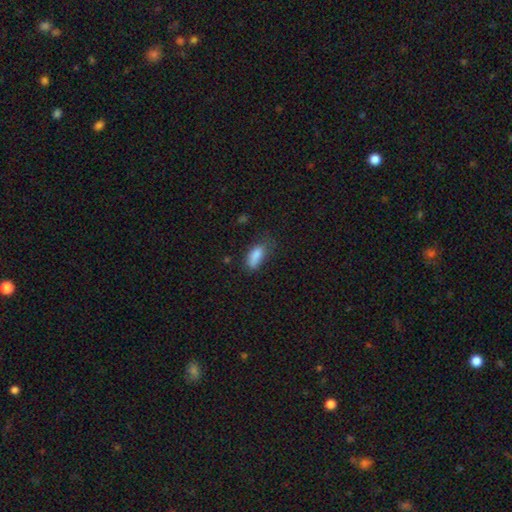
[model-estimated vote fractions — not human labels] The model was most divided on "merging": none: 51%, minor disturbance: 32%, major disturbance: 14%, merger: 3%. More confident: how rounded — in between (85%); smooth or featured — smooth (84%).